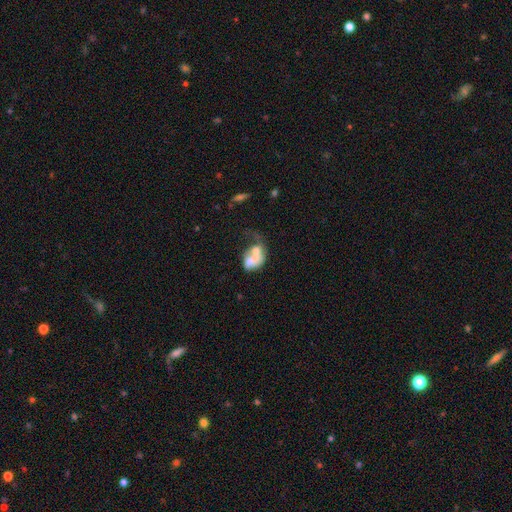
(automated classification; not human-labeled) Smooth or featured?
  - smooth: 52% *
  - featured or disk: 38%
  - star or artifact: 10%
How rounded?
  - in between: 76% *
  - round: 22%
  - cigar-shaped: 2%
Merging?
  - merger: 44% *
  - major disturbance: 29%
  - none: 14%
  - minor disturbance: 13%